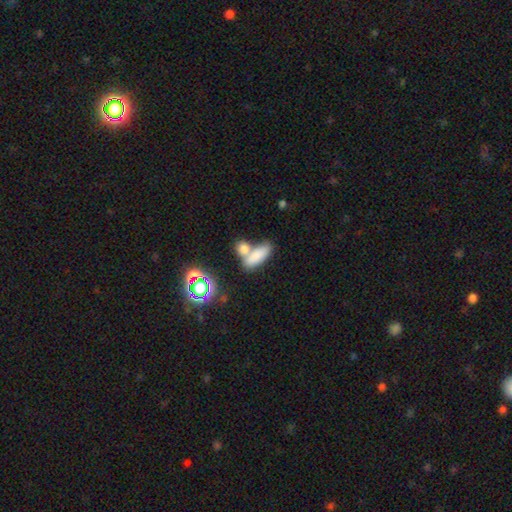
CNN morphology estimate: A smooth galaxy with no disk features (78%) that is in between round and cigar-shaped (72%). Merging: merger (47%).